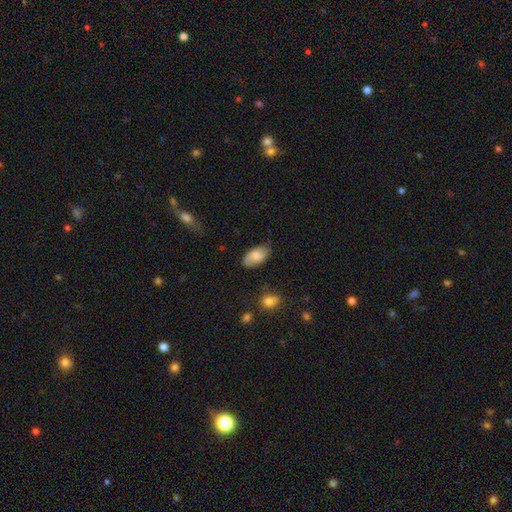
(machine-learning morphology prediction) Q: Smooth or featured?
A: smooth (77%); runner-up: featured or disk (16%)
Q: How rounded?
A: in between (94%); runner-up: round (3%)
Q: Merging?
A: none (75%); runner-up: minor disturbance (19%)